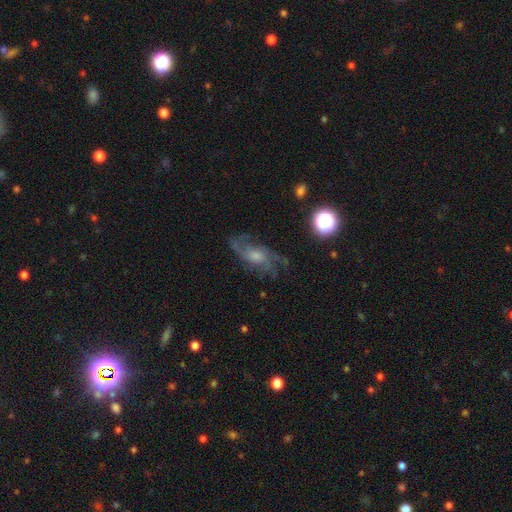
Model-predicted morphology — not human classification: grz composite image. It shows a featured or disk galaxy (77%) with no bar (67%), medium (48%) spiral arms (93%) and a moderate central bulge (45%). Merging: none (69%).